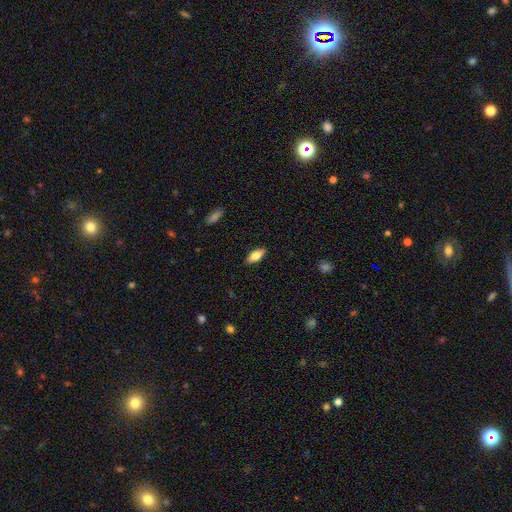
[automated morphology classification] Smooth or featured?
  - smooth: 68% *
  - featured or disk: 25%
  - star or artifact: 7%
How rounded?
  - in between: 78% *
  - cigar-shaped: 19%
  - round: 3%
Merging?
  - none: 88% *
  - minor disturbance: 9%
  - major disturbance: 2%
  - merger: 1%